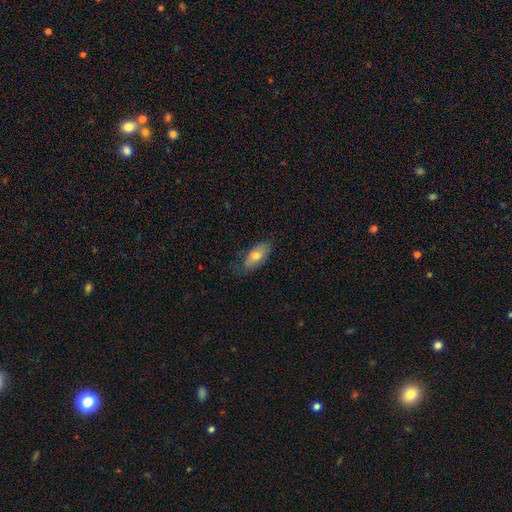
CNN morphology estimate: This is likely a smooth galaxy (71%). How rounded: clearly in between (82%). Merging: likely none (70%).